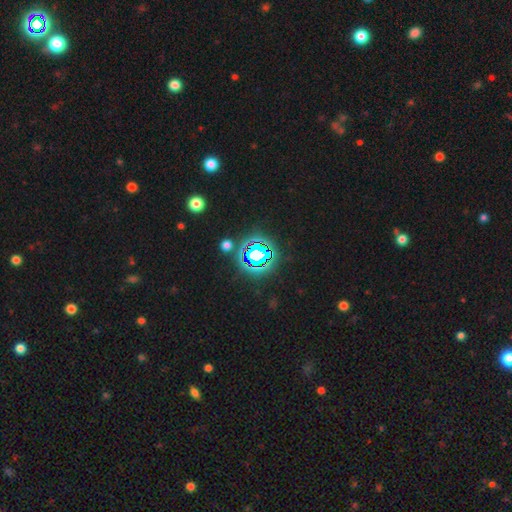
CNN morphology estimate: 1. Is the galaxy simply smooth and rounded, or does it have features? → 72% star or artifact, 16% smooth, 12% featured or disk.